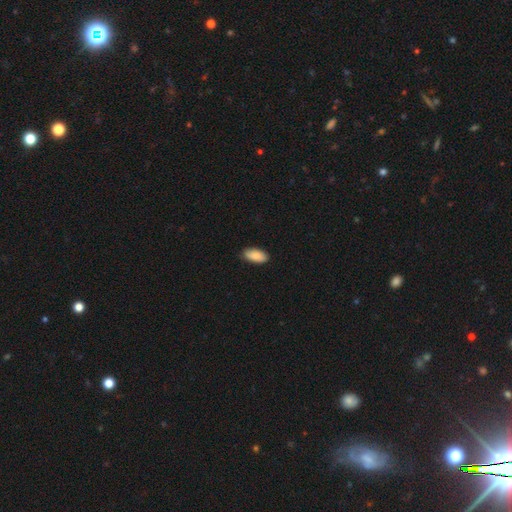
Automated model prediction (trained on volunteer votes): Smooth or featured? smooth (87%)
How rounded? in between (93%)
Merging? none (86%)